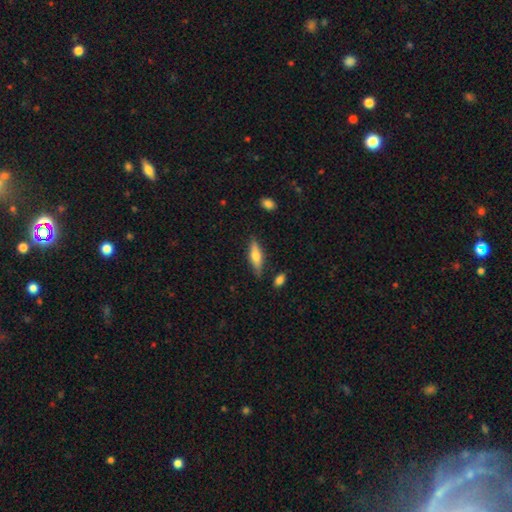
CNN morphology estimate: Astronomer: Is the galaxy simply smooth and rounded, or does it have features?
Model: smooth — 57% (runner-up: featured or disk, 37%).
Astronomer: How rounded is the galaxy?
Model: cigar-shaped — 57% (runner-up: in between, 41%).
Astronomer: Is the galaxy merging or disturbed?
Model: none — 82%.